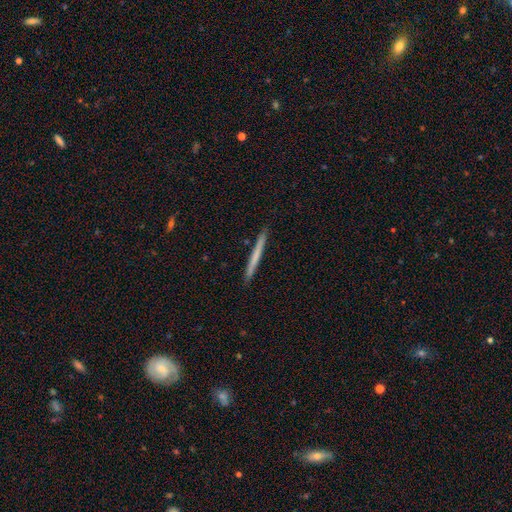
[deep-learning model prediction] A smooth galaxy with no disk features (60%) that is cigar-shaped (97%).

Vote fractions:
- Smooth or featured? smooth: 60% / featured or disk: 35% / star or artifact: 5%
- How rounded? cigar-shaped: 97% / in between: 1% / round: 1%
- Merging? none: 92% / minor disturbance: 6% / major disturbance: 1% / merger: 1%